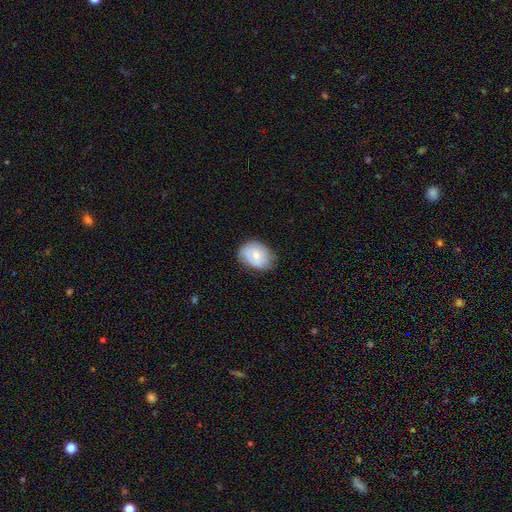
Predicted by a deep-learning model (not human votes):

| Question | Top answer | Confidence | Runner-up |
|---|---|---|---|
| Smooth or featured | smooth | 57% | featured or disk (35%) |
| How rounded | in between | 63% | round (36%) |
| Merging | none | 72% | minor disturbance (22%) |